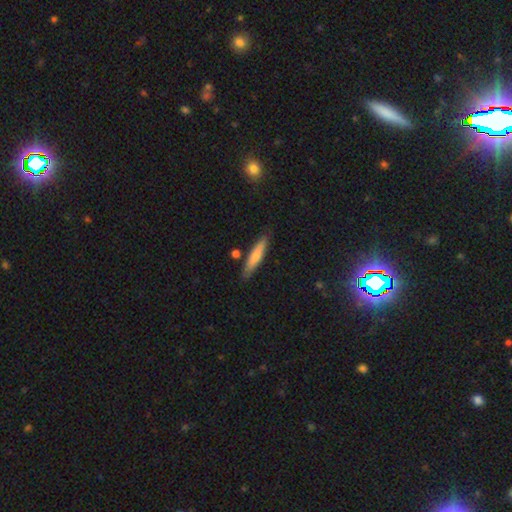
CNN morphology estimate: Overall: smooth (68%). How rounded: cigar-shaped (87%). Merging: none (83%).